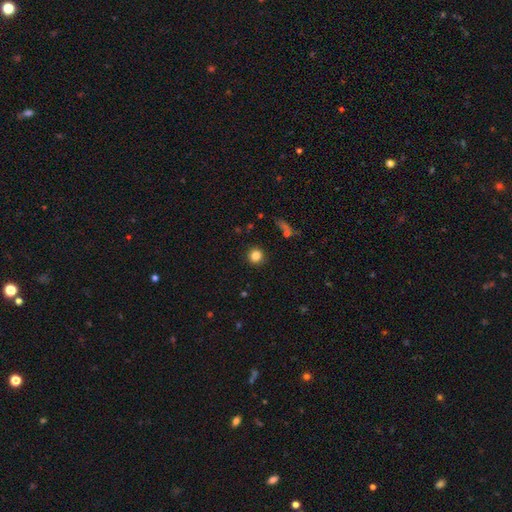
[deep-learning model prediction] A smooth galaxy with no disk features (83%) that is round (93%). Merging: none (91%).